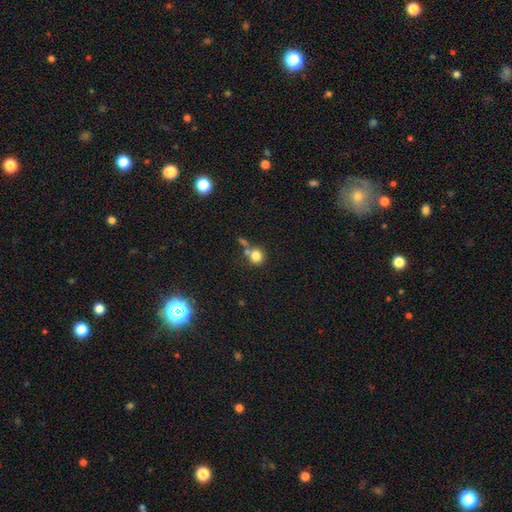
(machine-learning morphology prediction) type=smooth (80%); roundness=round (85%); merging=none (56%).